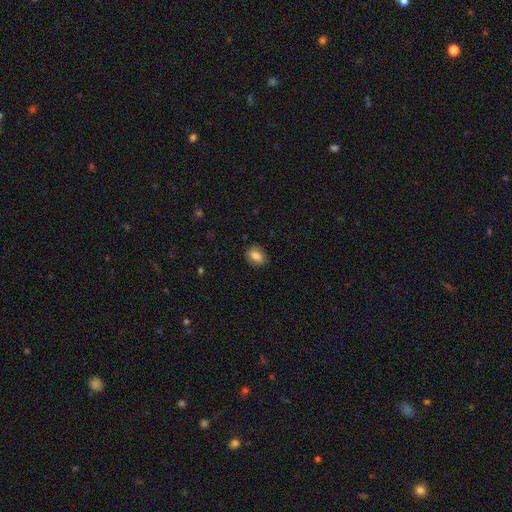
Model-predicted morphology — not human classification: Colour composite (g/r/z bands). It shows a smooth galaxy with no disk features (76%) that is in between round and cigar-shaped (62%). Merging: none (82%).